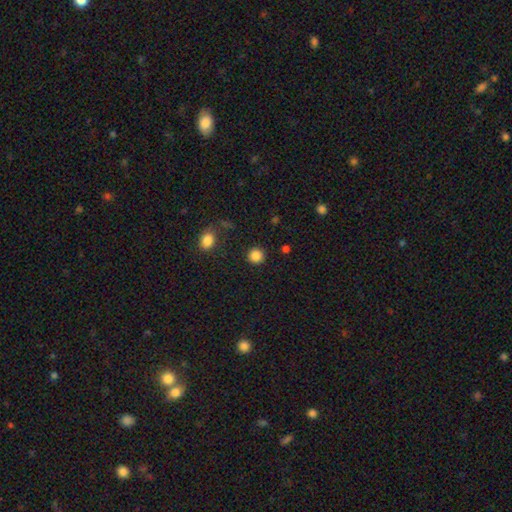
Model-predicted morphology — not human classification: smooth_or_featured: smooth (p=0.86) [alt: star or artifact p=0.11]
how_rounded: round (p=0.93) [alt: in between p=0.06]
merging: none (p=0.90) [alt: minor disturbance p=0.06]